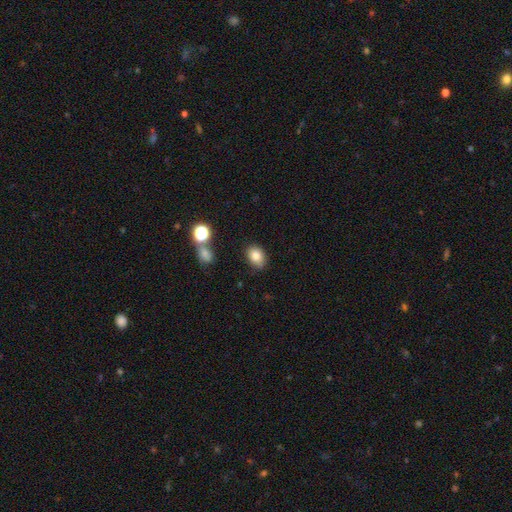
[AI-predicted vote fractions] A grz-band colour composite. It shows a smooth galaxy with no disk features (81%) that is in between round and cigar-shaped (68%). Merging: none (78%).